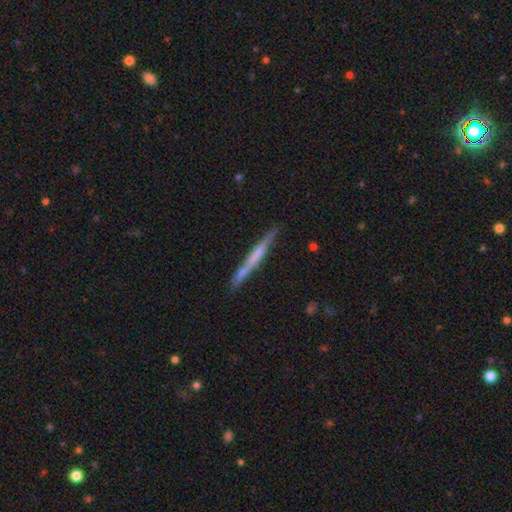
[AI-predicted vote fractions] This appears to be a featured or disk galaxy (54%) viewed edge-on (96%) with no central bulge (63%). Merging: none (81%).